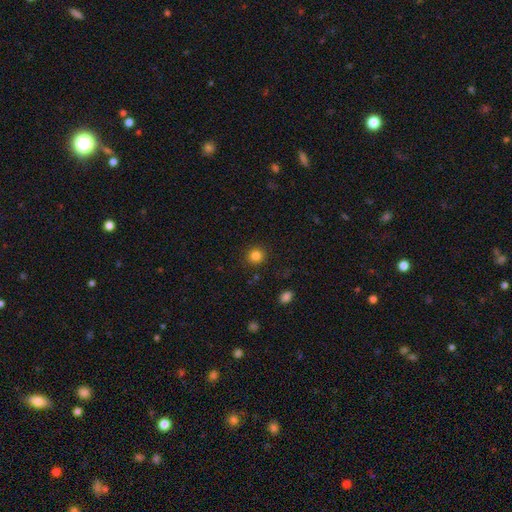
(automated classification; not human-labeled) This appears to be a smooth galaxy with no disk features (83%) that is round (91%). Merging: none (91%).